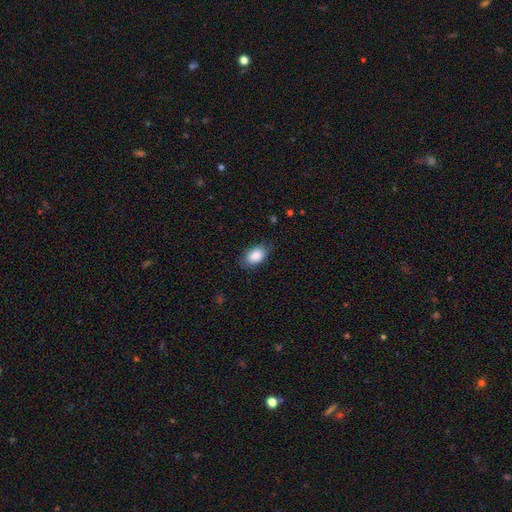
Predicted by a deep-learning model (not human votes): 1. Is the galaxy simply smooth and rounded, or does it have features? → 87% smooth, 6% star or artifact, 6% featured or disk.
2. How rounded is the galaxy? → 91% in between, 7% round, 2% cigar-shaped.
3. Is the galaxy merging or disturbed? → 80% none, 15% minor disturbance, 4% major disturbance, 1% merger.